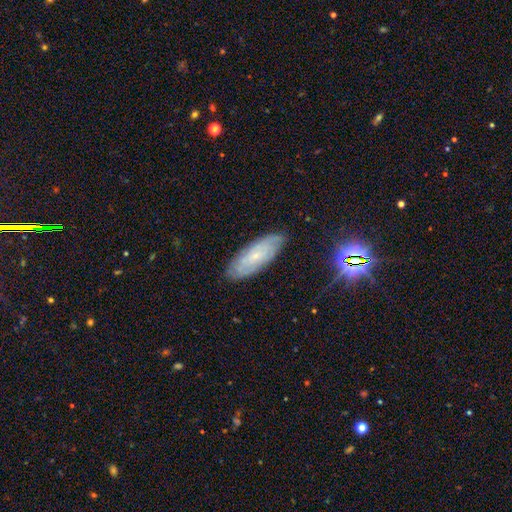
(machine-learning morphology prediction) This is possibly a featured or disk galaxy (55%). It is clearly not viewed edge-on (83%). Merging: clearly none (80%).